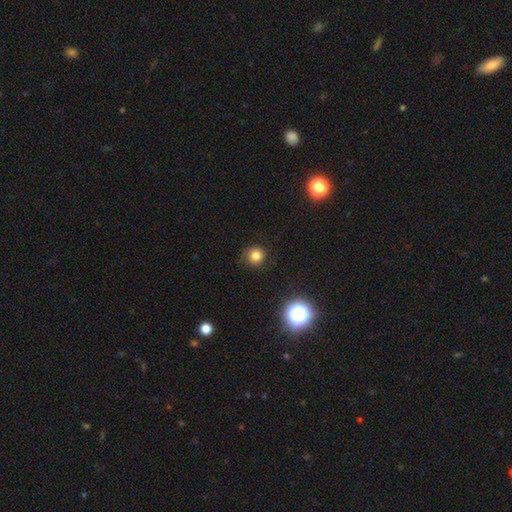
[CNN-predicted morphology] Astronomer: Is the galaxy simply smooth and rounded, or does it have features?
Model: smooth — 78%.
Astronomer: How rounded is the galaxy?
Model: round — 92%.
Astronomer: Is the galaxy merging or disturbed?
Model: none — 84%.